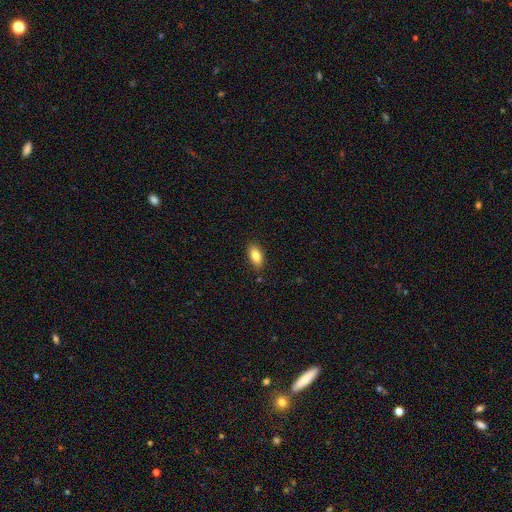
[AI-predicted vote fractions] The model was most divided on "smooth or featured": smooth: 83%, featured or disk: 10%, star or artifact: 8%. More confident: how rounded — in between (90%); merging — none (86%).